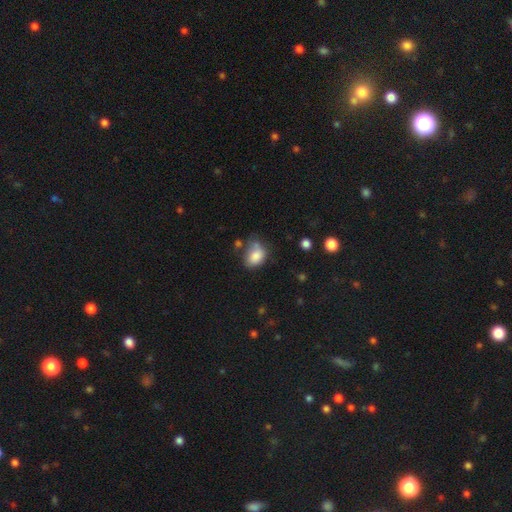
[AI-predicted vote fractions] Q: Smooth or featured?
A: smooth (82%); runner-up: featured or disk (9%)
Q: How rounded?
A: in between (67%); runner-up: round (31%)
Q: Merging?
A: none (45%); runner-up: minor disturbance (32%)